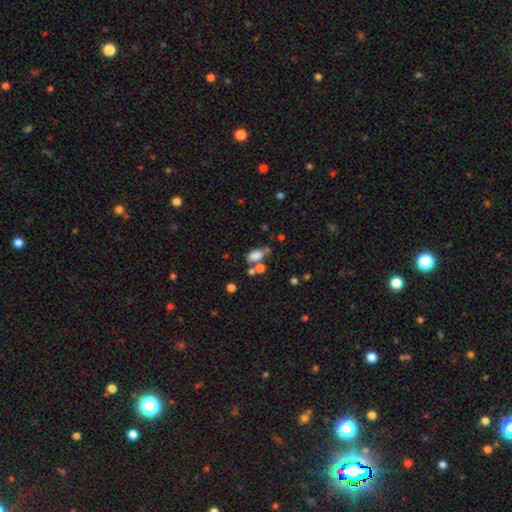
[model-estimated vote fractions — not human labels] This appears to be a smooth galaxy with no disk features (76%) that is in between round and cigar-shaped (87%). Merging: none (44%).